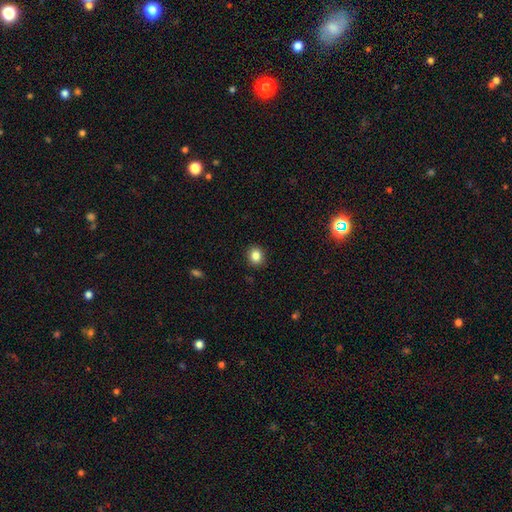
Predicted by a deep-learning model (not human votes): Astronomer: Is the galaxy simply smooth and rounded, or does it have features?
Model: smooth — 85%.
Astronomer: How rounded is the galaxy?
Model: round — 72%.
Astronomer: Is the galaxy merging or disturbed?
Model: none — 91%.